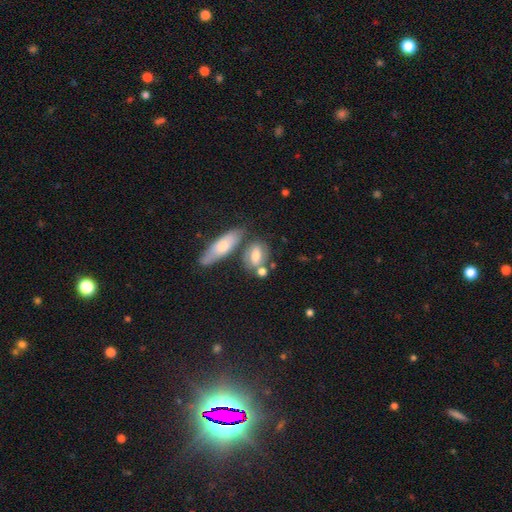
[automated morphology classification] Smooth or featured? Predicted: smooth (p=0.65). How rounded? Predicted: in between (p=0.72). Merging? Predicted: none (p=0.54).